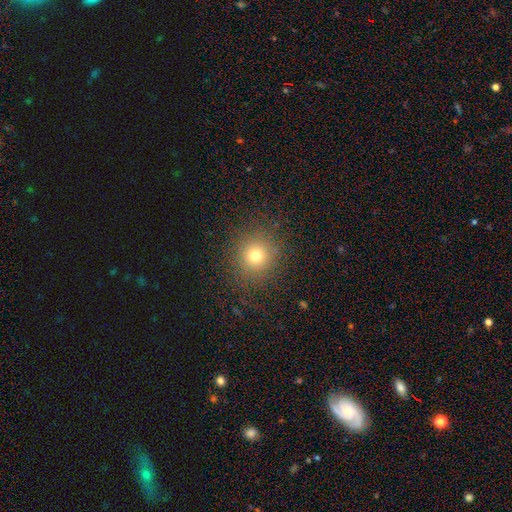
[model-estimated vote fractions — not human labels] A smooth galaxy with no disk features (73%) that is round (92%). Merging: none (87%).